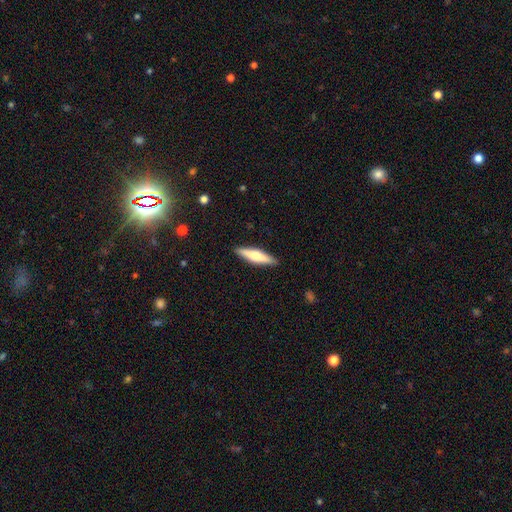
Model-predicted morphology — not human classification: Smooth or featured: smooth — 49% (featured or disk — 46%)
Merging: none — 91% (minor disturbance — 7%)